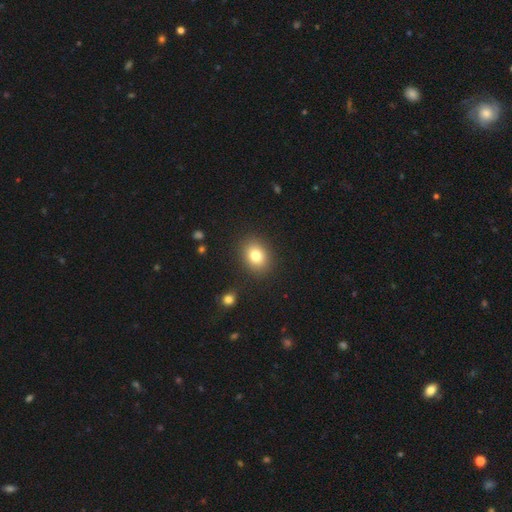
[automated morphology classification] Overall: smooth (80%). How rounded: in between (53%; round 46%). Merging: none (88%).